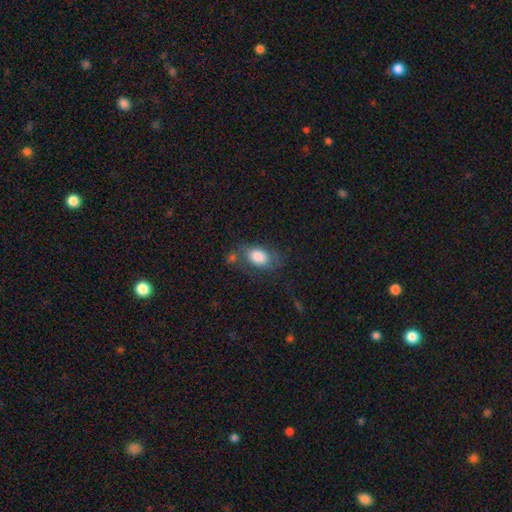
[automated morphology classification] type=smooth (80%); roundness=in between (85%); merging=none (58%).